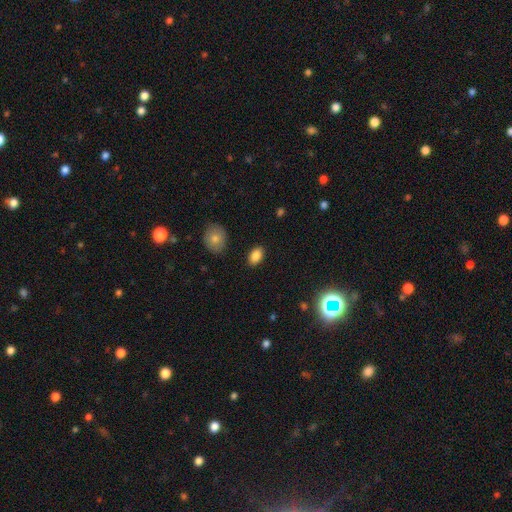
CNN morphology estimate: This appears to be a smooth galaxy with no disk features (87%) that is in between round and cigar-shaped (89%). Merging: none (88%).